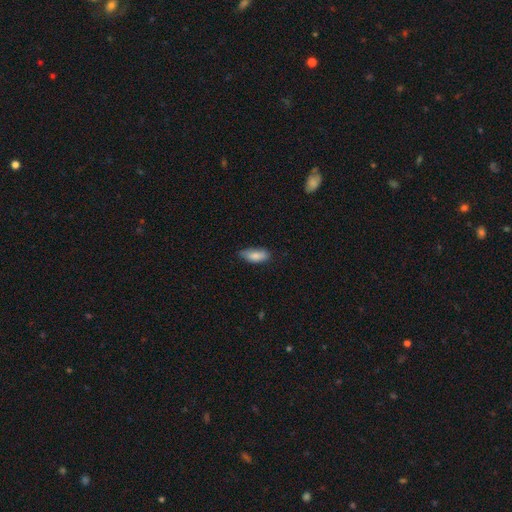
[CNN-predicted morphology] A smooth galaxy with no disk features (85%) that is in between round and cigar-shaped (82%).

Vote fractions:
- Smooth or featured? smooth: 85% / featured or disk: 8% / star or artifact: 7%
- How rounded? in between: 82% / cigar-shaped: 16% / round: 2%
- Merging? none: 68% / minor disturbance: 27% / major disturbance: 4% / merger: 1%